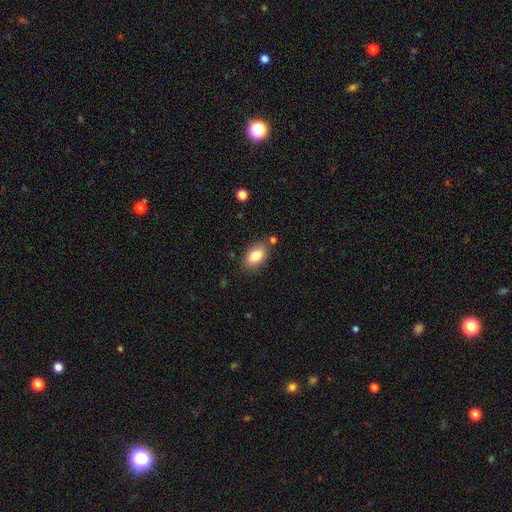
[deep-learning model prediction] Smooth or featured? smooth (83%)
How rounded? in between (89%)
Merging? none (80%)